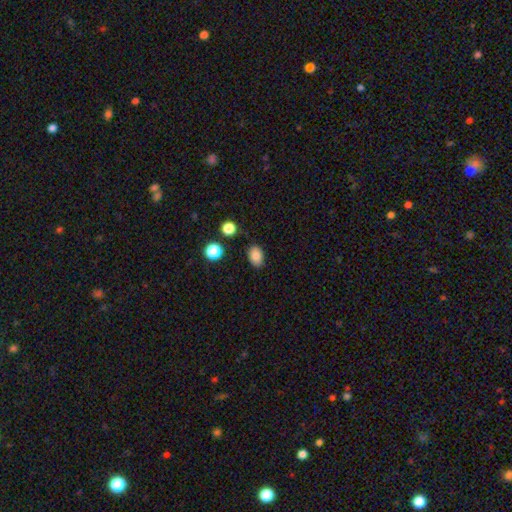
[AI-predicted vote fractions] This appears to be a smooth galaxy with no disk features (85%) that is in between round and cigar-shaped (83%). Merging: none (84%).